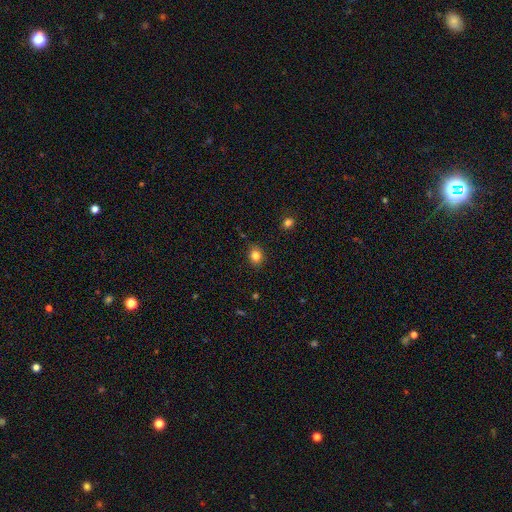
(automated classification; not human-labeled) smooth_or_featured: smooth (p=0.82) [alt: star or artifact p=0.11]
how_rounded: round (p=0.55) [alt: in between p=0.44]
merging: none (p=0.85) [alt: minor disturbance p=0.11]